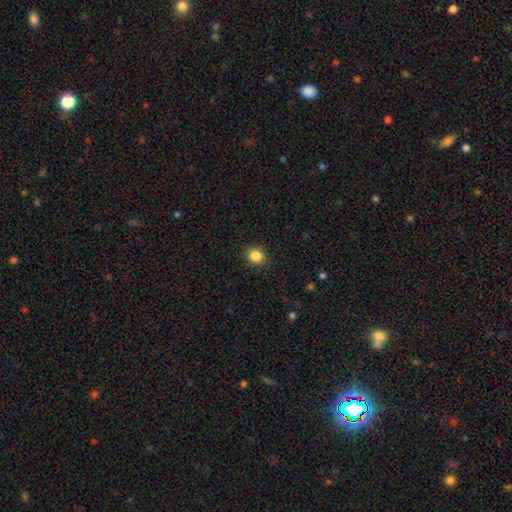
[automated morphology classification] type=smooth (85%); roundness=round (81%); merging=none (91%).